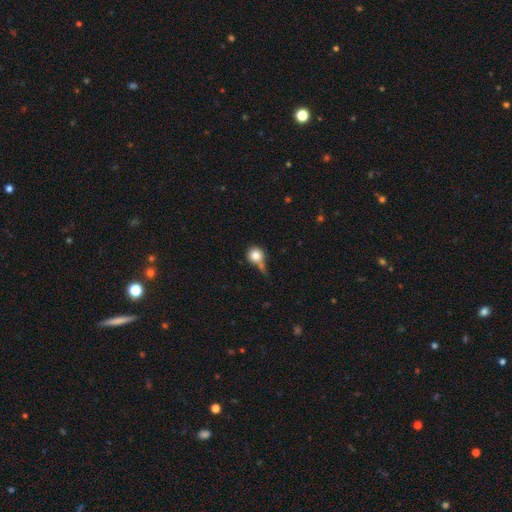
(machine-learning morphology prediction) This is likely a smooth galaxy (78%). How rounded: clearly round (85%). Merging: marginally none (38%).